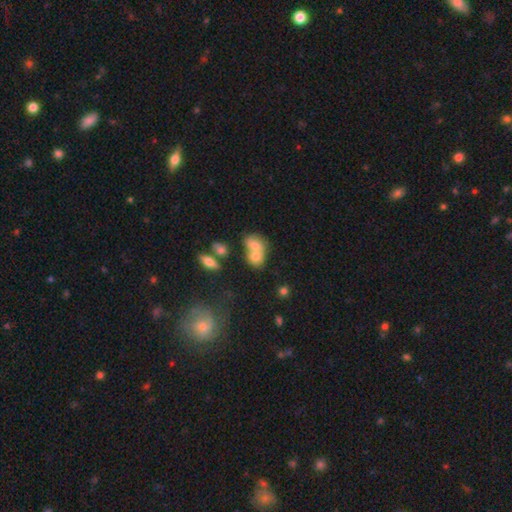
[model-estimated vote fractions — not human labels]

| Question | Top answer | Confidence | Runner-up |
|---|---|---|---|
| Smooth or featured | smooth | 70% | featured or disk (18%) |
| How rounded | in between | 58% | round (41%) |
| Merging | merger | 66% | none (23%) |